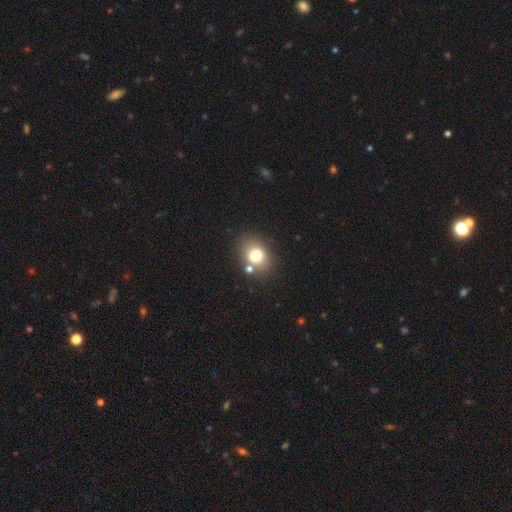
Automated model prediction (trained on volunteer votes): This is likely a smooth galaxy (74%). How rounded: possibly in between (53%). Merging: likely none (71%).